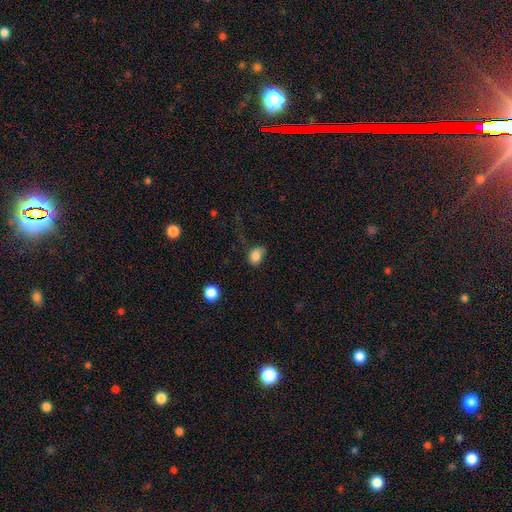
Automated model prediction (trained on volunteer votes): The model was most divided on "merging": none: 57%, minor disturbance: 30%, major disturbance: 11%, merger: 2%. More confident: smooth or featured — smooth (84%); how rounded — in between (69%).